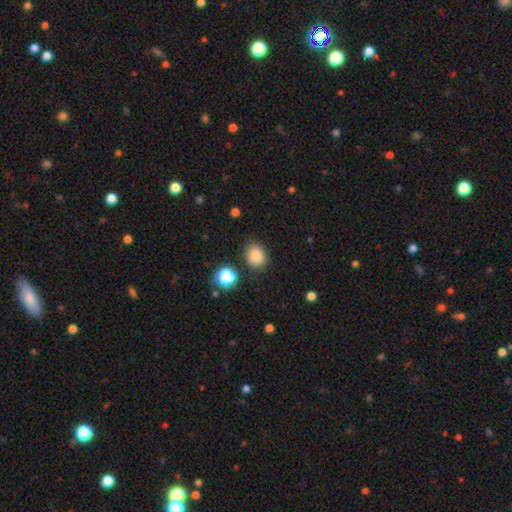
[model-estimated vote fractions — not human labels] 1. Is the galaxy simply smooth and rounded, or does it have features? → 83% smooth, 12% star or artifact, 5% featured or disk.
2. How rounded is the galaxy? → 68% round, 31% in between, 1% cigar-shaped.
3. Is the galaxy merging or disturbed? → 84% none, 10% minor disturbance, 3% major disturbance, 3% merger.